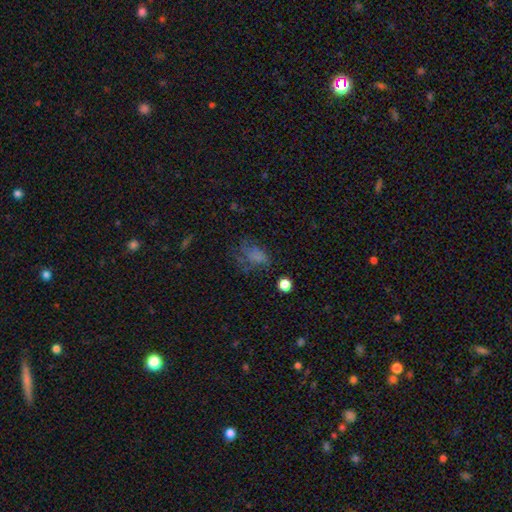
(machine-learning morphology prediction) Smooth or featured? Predicted: smooth (p=0.56). How rounded? Predicted: in between (p=0.72). Merging? Predicted: none (p=0.43).